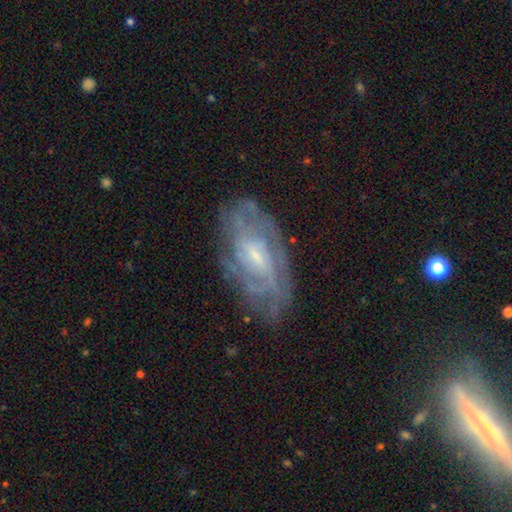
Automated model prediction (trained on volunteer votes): Morphology: type=featured or disk (80%); edge-on=no (93%); bar=weak (48%); spiral arms=yes (90%); winding=tight (62%); arm count=can't tell (50%); bulge=small (63%); merging=none (74%).